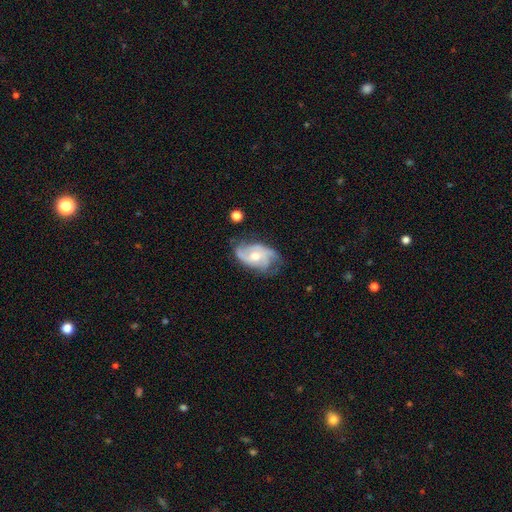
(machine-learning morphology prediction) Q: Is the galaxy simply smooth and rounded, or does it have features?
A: featured or disk — 82%.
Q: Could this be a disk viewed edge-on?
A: no — 96%.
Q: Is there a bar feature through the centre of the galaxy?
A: no — 66%.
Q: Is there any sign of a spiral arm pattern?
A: yes — 93%.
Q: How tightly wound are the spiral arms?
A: medium — 43%.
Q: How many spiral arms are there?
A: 3 — 38%.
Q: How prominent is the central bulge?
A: moderate — 69%.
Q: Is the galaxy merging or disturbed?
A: none — 59%.